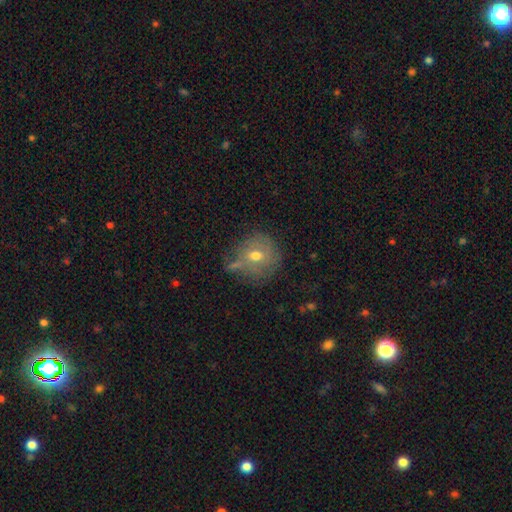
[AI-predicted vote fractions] The model was most divided on "smooth or featured": smooth: 59%, featured or disk: 30%, star or artifact: 11%. More confident: how rounded — round (86%); merging — none (61%).